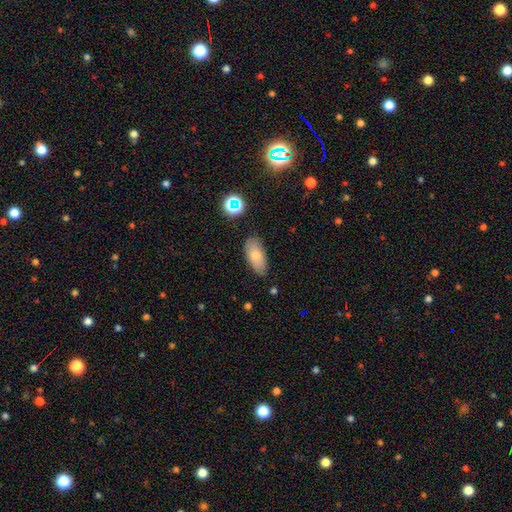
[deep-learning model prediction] smooth 76%, featured or disk 16%, star or artifact 9%. Down the decision tree: how rounded — in between (90%); merging — none (79%).